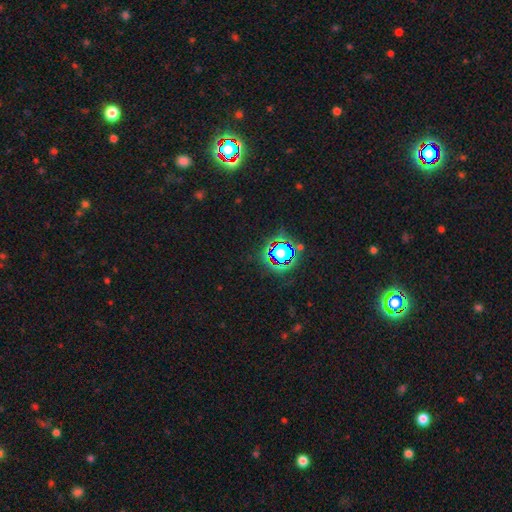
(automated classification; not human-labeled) A star or artifact, not a galaxy (81%).

Vote fractions:
- Smooth or featured? star or artifact: 81% / smooth: 12% / featured or disk: 7%